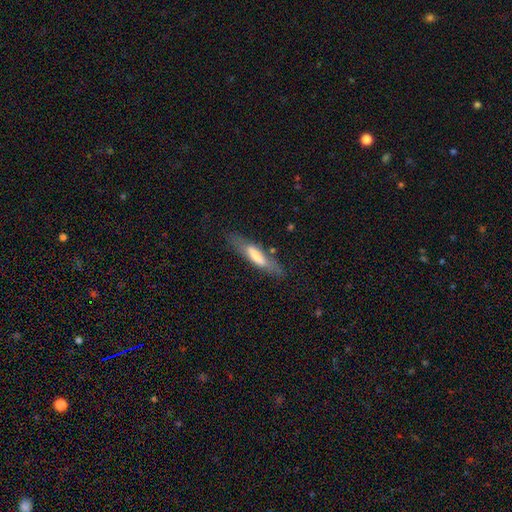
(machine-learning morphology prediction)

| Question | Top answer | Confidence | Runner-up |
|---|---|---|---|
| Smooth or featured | smooth | 52% | featured or disk (40%) |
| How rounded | cigar-shaped | 81% | in between (18%) |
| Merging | none | 75% | minor disturbance (17%) |